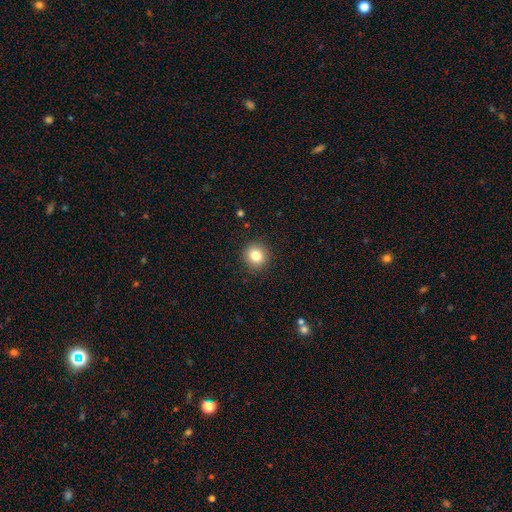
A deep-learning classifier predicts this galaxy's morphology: Smooth or featured?
  - smooth: 81% *
  - star or artifact: 11%
  - featured or disk: 8%
How rounded?
  - round: 91% *
  - in between: 8%
  - cigar-shaped: 1%
Merging?
  - none: 91% *
  - minor disturbance: 6%
  - major disturbance: 2%
  - merger: 1%